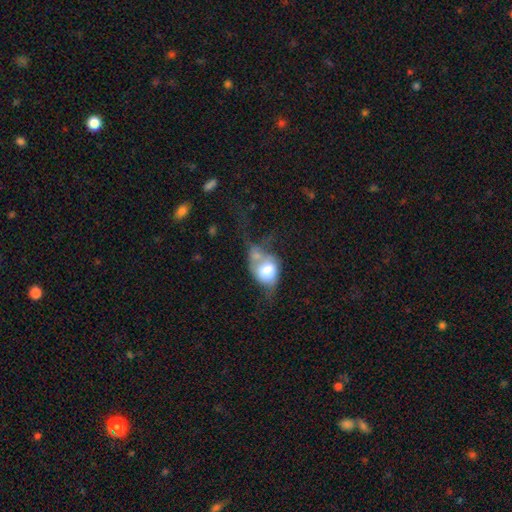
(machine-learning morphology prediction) Smooth or featured: smooth — 53% (featured or disk — 37%)
How rounded: in between — 53% (round — 45%)
Merging: major disturbance — 36% (merger — 27%)